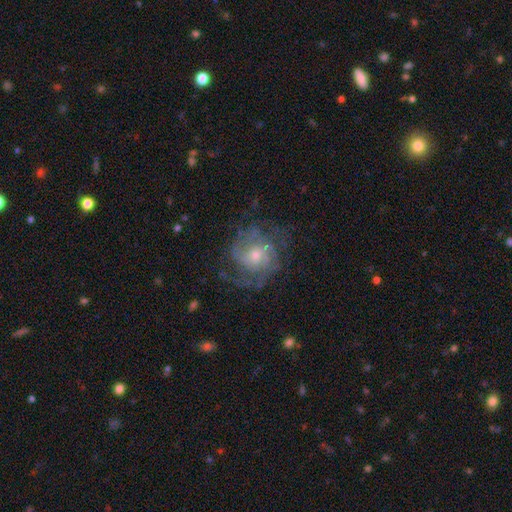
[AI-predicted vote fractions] smooth-or-featured: featured or disk: 79% | smooth: 13% | star or artifact: 8%
  disk-edge-on: no: 98% | yes: 2%
    bar: no: 65% | weak: 30% | strong: 5%
    has-spiral-arms: yes: 90% | no: 10%
      spiral-winding: medium: 42% (tied) | tight: 42% (tied) | loose: 16%
      spiral-arm-count: can't tell: 35% | 2: 28% | 3: 18% | 4: 8% | 1: 6% | more than 4: 5%
    bulge-size: small: 54% | moderate: 40% | large: 3% | none: 3% | dominant: 1%
  merging: none: 64% | minor disturbance: 19% | major disturbance: 16% | merger: 1%